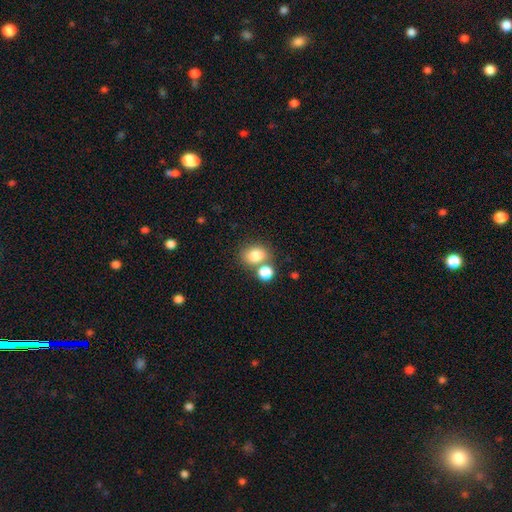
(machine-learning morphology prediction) type=smooth (81%); roundness=round (55%); merging=none (55%).